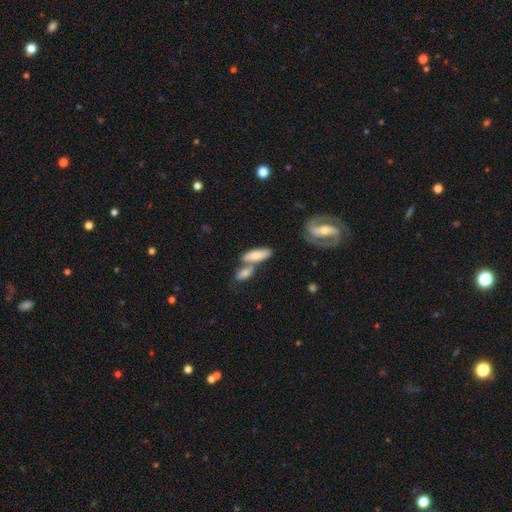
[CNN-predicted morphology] A smooth galaxy with no disk features (71%) that is in between round and cigar-shaped (64%). Merging: merger (47%).